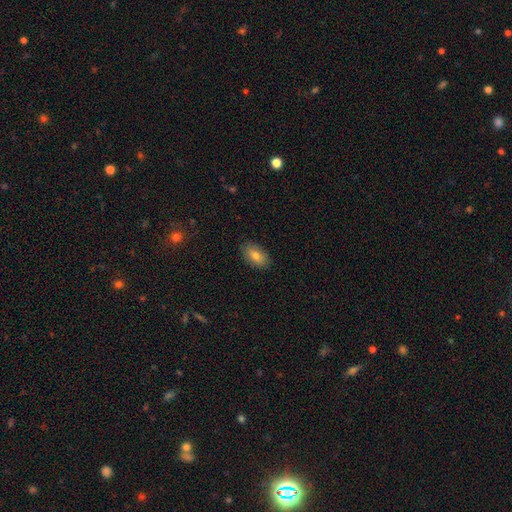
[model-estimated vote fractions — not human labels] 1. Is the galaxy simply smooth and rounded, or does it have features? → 78% smooth, 14% featured or disk, 8% star or artifact.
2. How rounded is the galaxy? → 92% in between, 6% round, 2% cigar-shaped.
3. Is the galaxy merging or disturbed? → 88% none, 9% minor disturbance, 2% major disturbance, 1% merger.